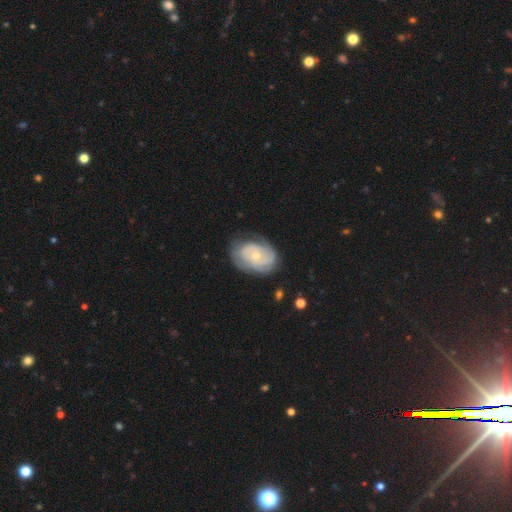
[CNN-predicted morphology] smooth_or_featured: featured or disk (p=0.75) [alt: smooth p=0.20]
disk_edge_on: no (p=0.97) [alt: yes p=0.03]
bar: no (p=0.76) [alt: weak p=0.21]
has_spiral_arms: yes (p=0.91) [alt: no p=0.09]
spiral_winding: tight (p=0.60) [alt: medium p=0.31]
spiral_arm_count: can't tell (p=0.34) [alt: 2 p=0.32]
bulge_size: small (p=0.71) [alt: moderate p=0.25]
merging: none (p=0.69) [alt: minor disturbance p=0.21]